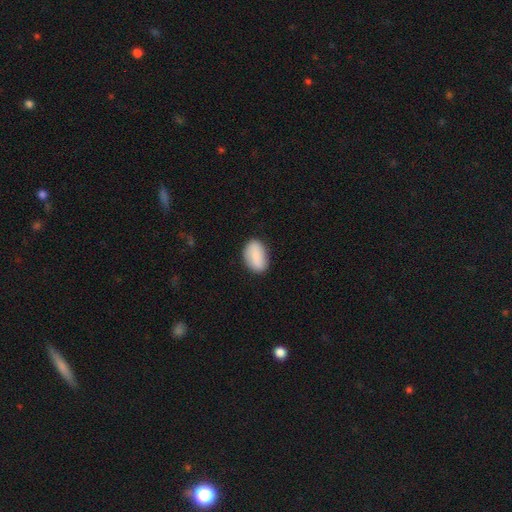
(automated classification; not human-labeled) A smooth galaxy with no disk features (81%) that is in between round and cigar-shaped (89%). Merging: none (84%).